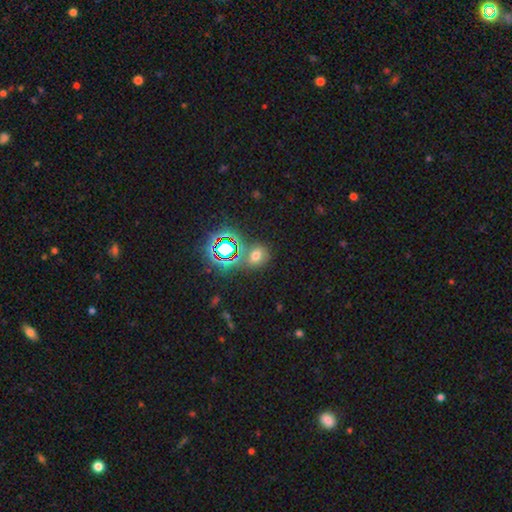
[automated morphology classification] The model was most divided on "smooth or featured": smooth: 55%, star or artifact: 36%, featured or disk: 9%. More confident: merging — none (70%); how rounded — round (61%).